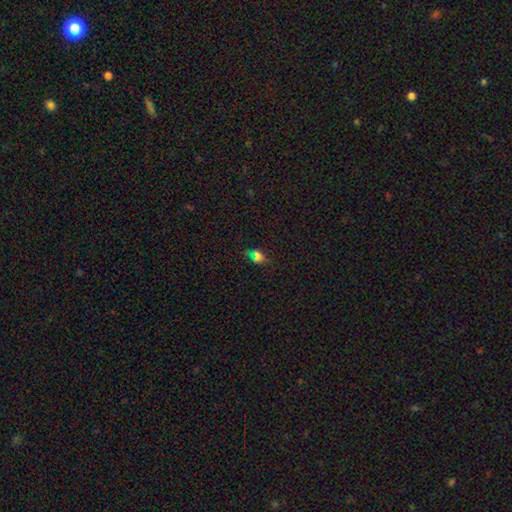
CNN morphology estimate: Smooth or featured?
  - smooth: 56% *
  - star or artifact: 33%
  - featured or disk: 11%
How rounded?
  - in between: 69% *
  - round: 24%
  - cigar-shaped: 7%
Merging?
  - none: 71% *
  - minor disturbance: 17%
  - major disturbance: 7%
  - merger: 5%